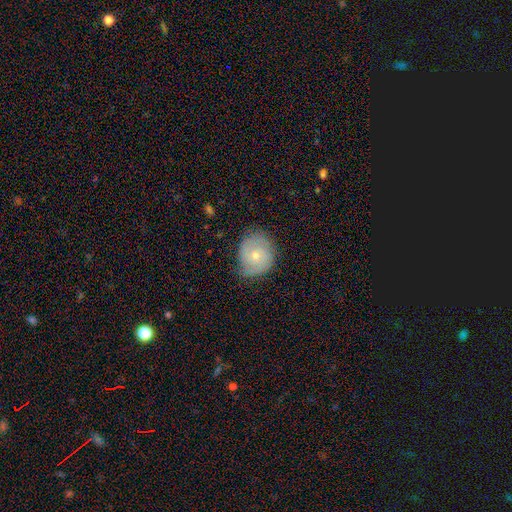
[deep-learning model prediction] smooth-or-featured: featured or disk: 52% | smooth: 41% | star or artifact: 7%
  disk-edge-on: no: 96% | yes: 4%
  merging: none: 67% | minor disturbance: 25% | major disturbance: 6% | merger: 1%